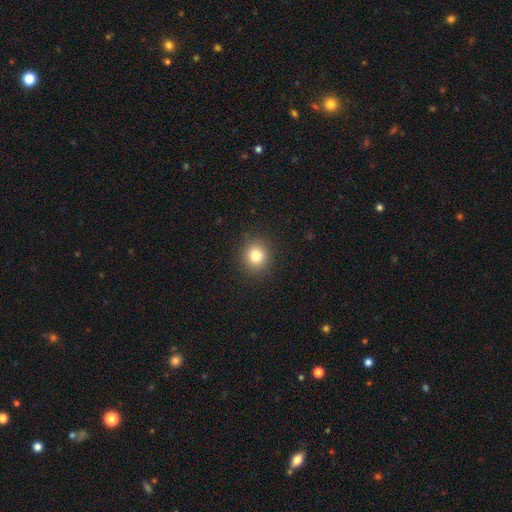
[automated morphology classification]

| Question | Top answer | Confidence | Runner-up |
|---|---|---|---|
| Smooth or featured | smooth | 81% | star or artifact (12%) |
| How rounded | round | 85% | in between (15%) |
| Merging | none | 90% | minor disturbance (7%) |